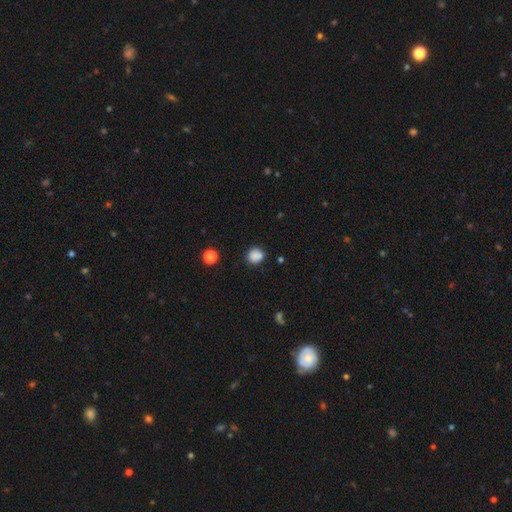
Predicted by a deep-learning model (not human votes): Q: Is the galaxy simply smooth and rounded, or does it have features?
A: smooth — 84%.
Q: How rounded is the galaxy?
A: round — 81%.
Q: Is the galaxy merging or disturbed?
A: none — 76%.